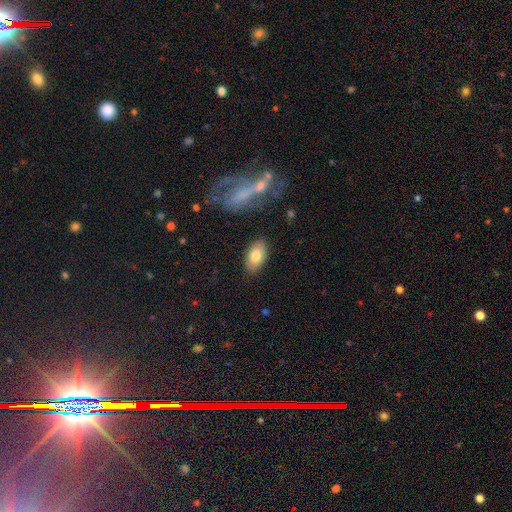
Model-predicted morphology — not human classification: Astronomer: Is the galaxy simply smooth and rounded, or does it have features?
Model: smooth — 78%.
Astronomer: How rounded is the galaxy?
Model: in between — 93%.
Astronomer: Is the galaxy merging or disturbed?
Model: none — 86%.